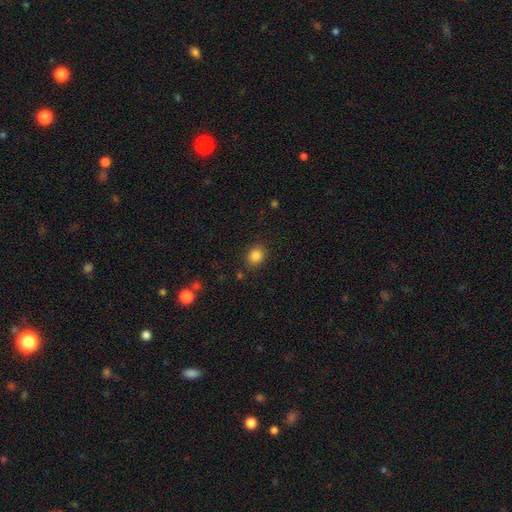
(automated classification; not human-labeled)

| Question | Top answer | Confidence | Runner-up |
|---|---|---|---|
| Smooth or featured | smooth | 84% | star or artifact (11%) |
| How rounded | round | 65% | in between (34%) |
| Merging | none | 86% | minor disturbance (9%) |